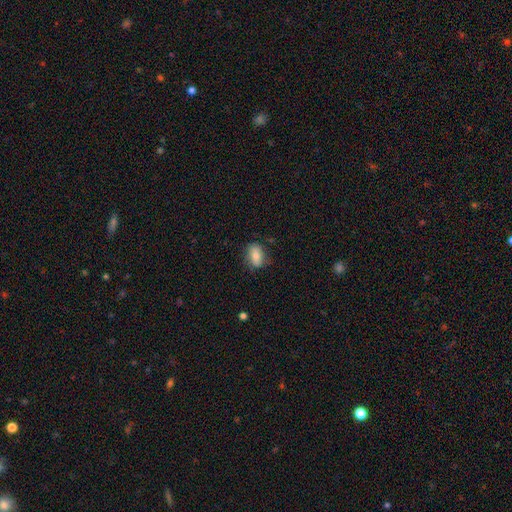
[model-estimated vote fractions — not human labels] Q: Smooth or featured?
A: smooth (74%); runner-up: featured or disk (18%)
Q: How rounded?
A: in between (82%); runner-up: round (15%)
Q: Merging?
A: none (72%); runner-up: minor disturbance (21%)